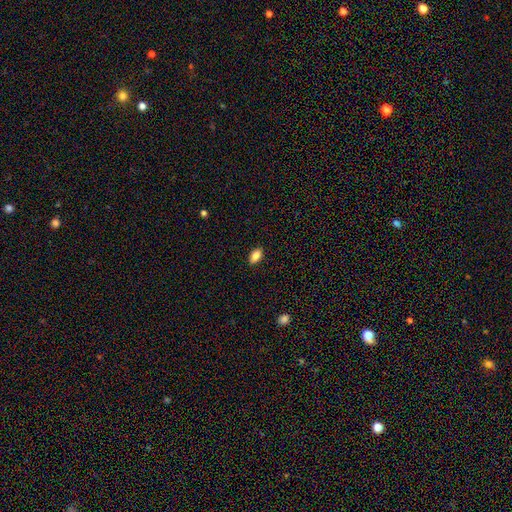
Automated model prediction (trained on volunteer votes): Morphology: type=smooth (85%); roundness=in between (90%); merging=none (87%).